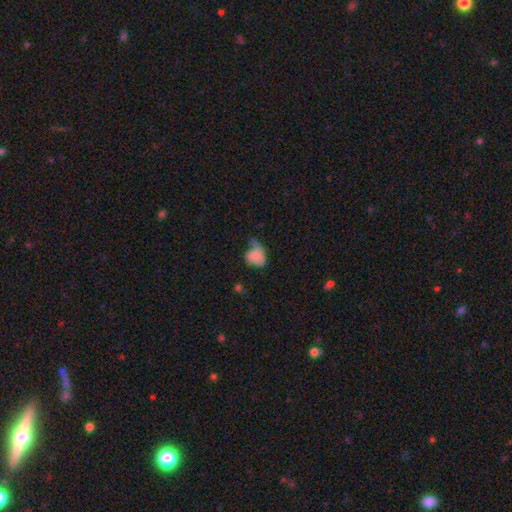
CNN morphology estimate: smooth_or_featured: smooth (p=0.74) [alt: featured or disk p=0.16]
how_rounded: in between (p=0.53) [alt: round p=0.45]
merging: minor disturbance (p=0.33) [alt: major disturbance p=0.29]